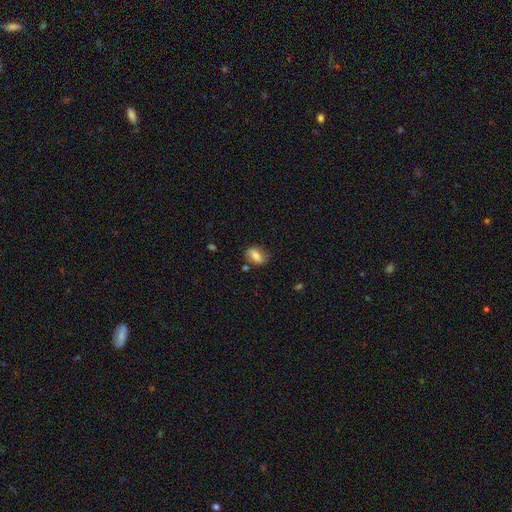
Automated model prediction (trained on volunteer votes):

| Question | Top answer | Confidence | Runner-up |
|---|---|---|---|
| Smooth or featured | smooth | 68% | featured or disk (23%) |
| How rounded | in between | 80% | round (15%) |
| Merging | none | 69% | minor disturbance (21%) |